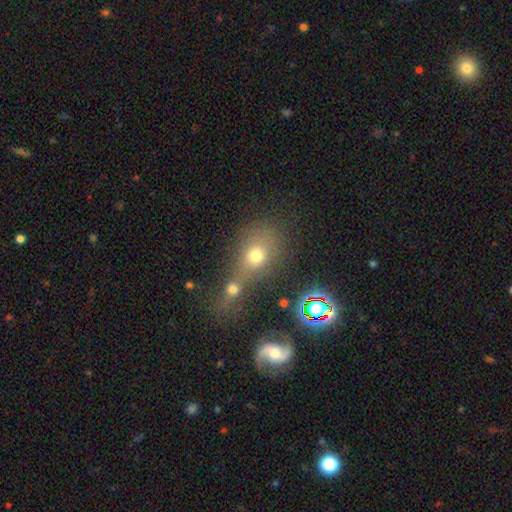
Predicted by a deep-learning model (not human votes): The model was most divided on "how rounded": round: 56%, in between: 41%, cigar-shaped: 2%. More confident: smooth or featured — smooth (67%); merging — merger (51%).